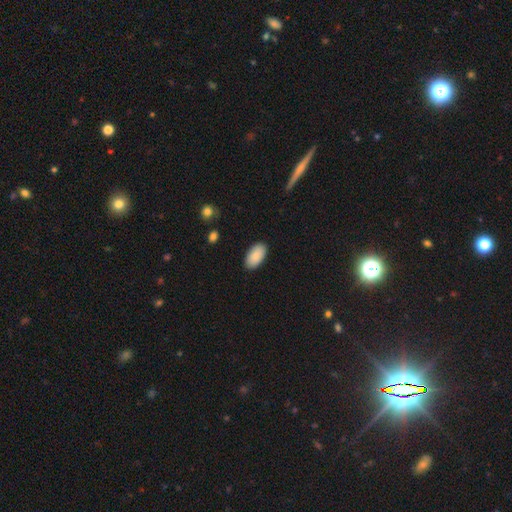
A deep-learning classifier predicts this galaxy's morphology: This is clearly a smooth galaxy (90%). How rounded: clearly in between (96%). Merging: clearly none (89%).